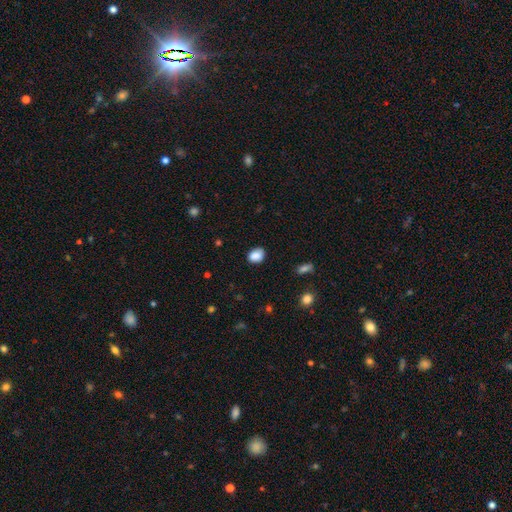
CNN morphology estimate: Overall: smooth (88%). How rounded: in between (64%; round 35%). Merging: none (82%).